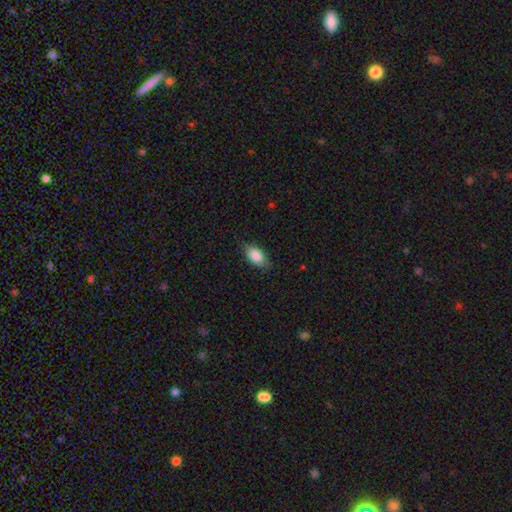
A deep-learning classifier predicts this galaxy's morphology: smooth_or_featured: smooth (p=0.85) [alt: featured or disk p=0.09]
how_rounded: in between (p=0.90) [alt: cigar-shaped p=0.05]
merging: none (p=0.80) [alt: minor disturbance p=0.16]